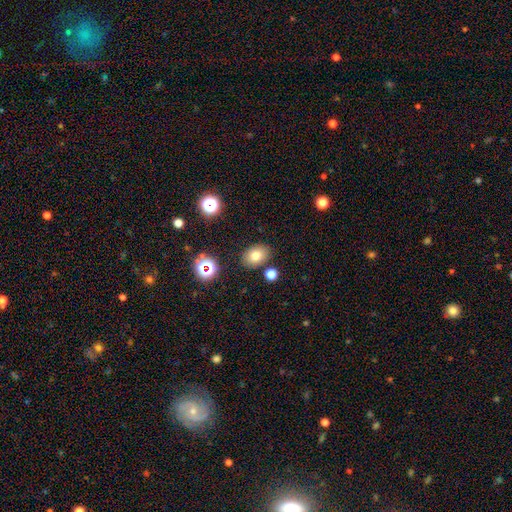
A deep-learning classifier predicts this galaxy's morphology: smooth_or_featured: smooth (p=0.76) [alt: star or artifact p=0.14]
how_rounded: in between (p=0.71) [alt: round p=0.28]
merging: none (p=0.83) [alt: minor disturbance p=0.10]